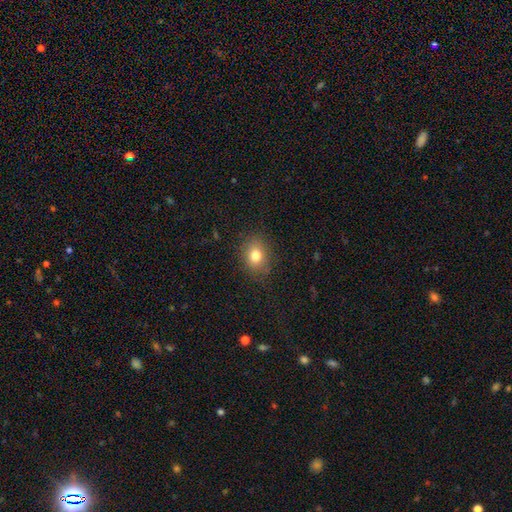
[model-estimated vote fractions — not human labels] Smooth or featured: smooth — 79% (star or artifact — 11%)
How rounded: in between — 52% (round — 47%)
Merging: none — 84% (minor disturbance — 12%)